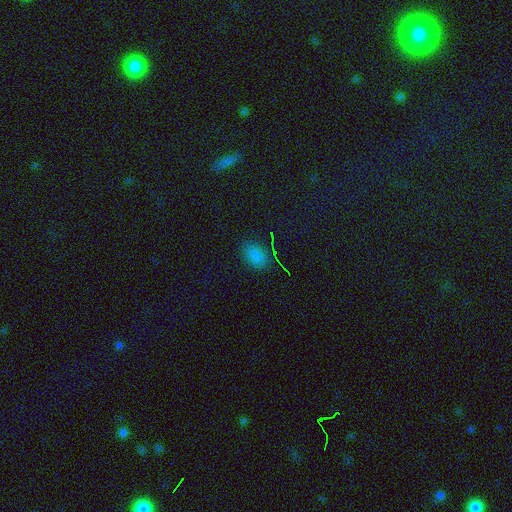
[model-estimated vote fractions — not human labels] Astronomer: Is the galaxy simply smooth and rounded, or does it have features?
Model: smooth — 74%.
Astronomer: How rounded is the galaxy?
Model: in between — 81%.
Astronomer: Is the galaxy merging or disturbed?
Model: none — 82%.